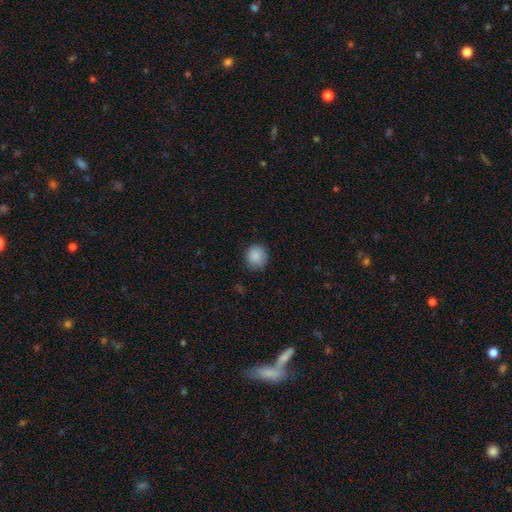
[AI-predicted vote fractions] A smooth galaxy with no disk features (88%) that is round (89%).

Vote fractions:
- Smooth or featured? smooth: 88% / star or artifact: 9% / featured or disk: 4%
- How rounded? round: 89% / in between: 10% / cigar-shaped: 1%
- Merging? none: 84% / minor disturbance: 13% / major disturbance: 3% / merger: 1%